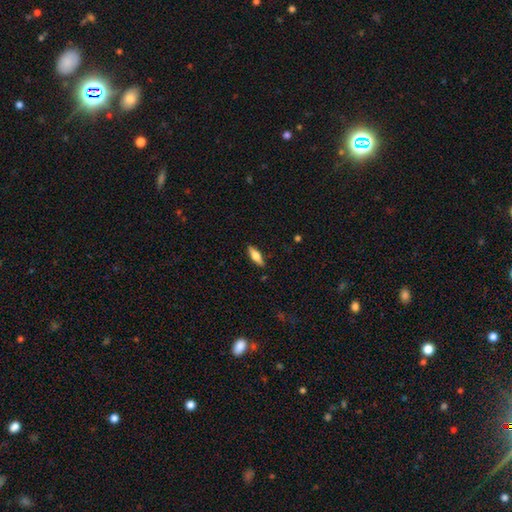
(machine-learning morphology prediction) smooth-or-featured: smooth: 57% | featured or disk: 37% | star or artifact: 6%
  how-rounded: in between: 49% | cigar-shaped: 48% | round: 2%
  merging: none: 88% | minor disturbance: 9% | major disturbance: 2% | merger: 1%